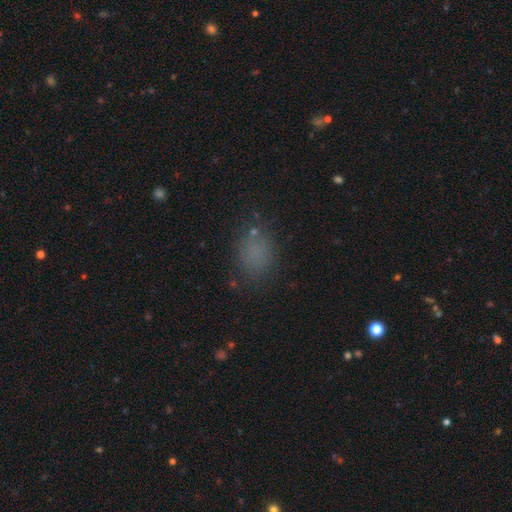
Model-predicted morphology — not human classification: smooth-or-featured: smooth: 70% | star or artifact: 22% | featured or disk: 7%
  how-rounded: in between: 59% | round: 40% | cigar-shaped: 2%
  merging: none: 75% | minor disturbance: 16% | major disturbance: 7% | merger: 2%